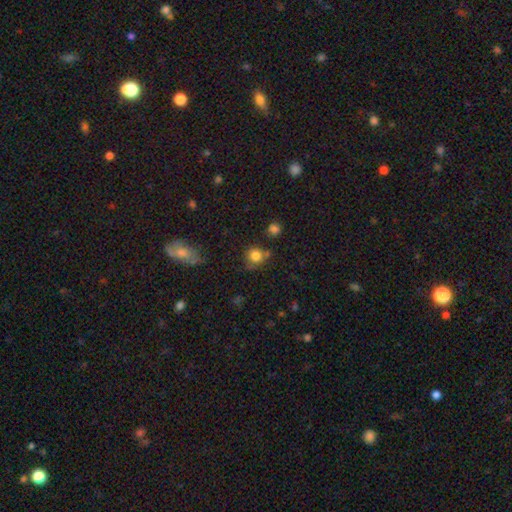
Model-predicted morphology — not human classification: This appears to be a smooth galaxy with no disk features (81%) that is round (88%). Merging: none (68%).